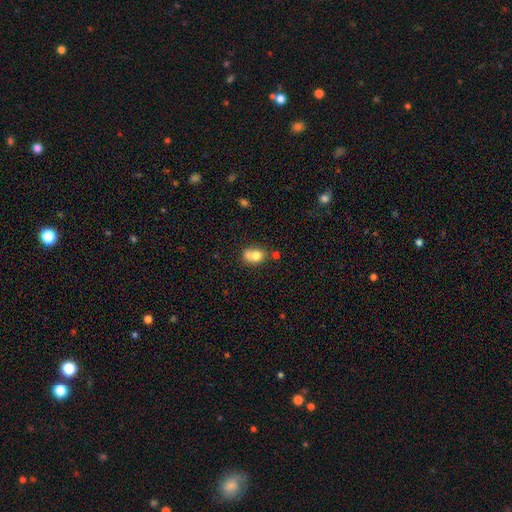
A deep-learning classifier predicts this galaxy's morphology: The model was most divided on "merging": merger: 41%, none: 35%, minor disturbance: 17%, major disturbance: 7%. More confident: smooth or featured — smooth (74%); how rounded — in between (55%).